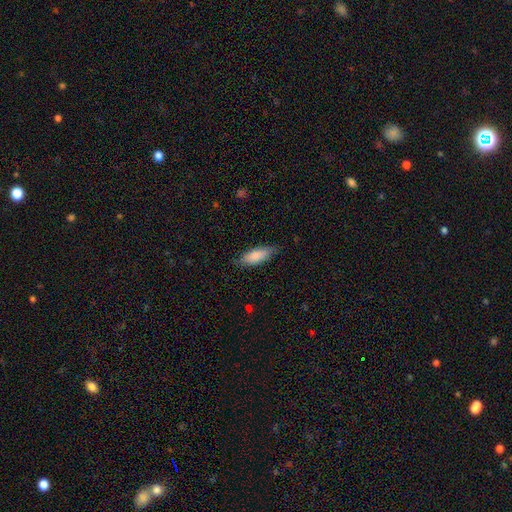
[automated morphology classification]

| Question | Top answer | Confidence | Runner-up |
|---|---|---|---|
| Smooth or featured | smooth | 82% | featured or disk (12%) |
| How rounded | in between | 69% | cigar-shaped (30%) |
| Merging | none | 79% | minor disturbance (17%) |